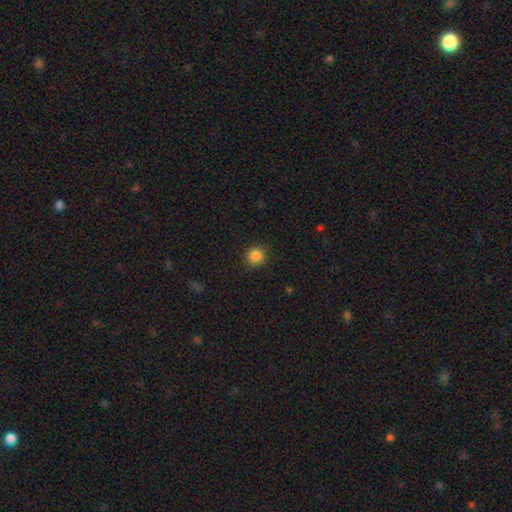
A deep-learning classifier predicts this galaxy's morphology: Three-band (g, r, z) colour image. It shows a smooth galaxy with no disk features (86%) that is round (90%). Merging: none (88%).